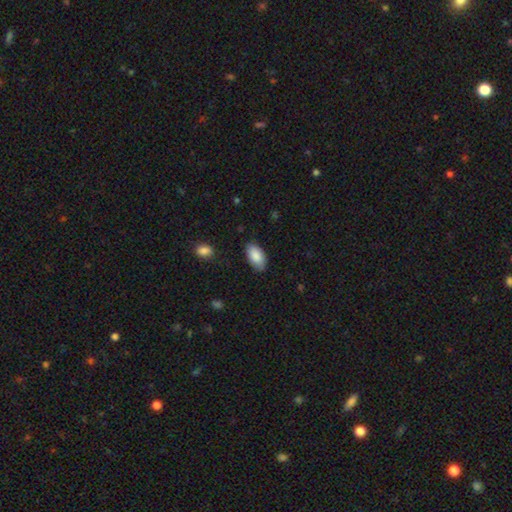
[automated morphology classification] type=smooth (88%); roundness=in between (95%); merging=none (83%).